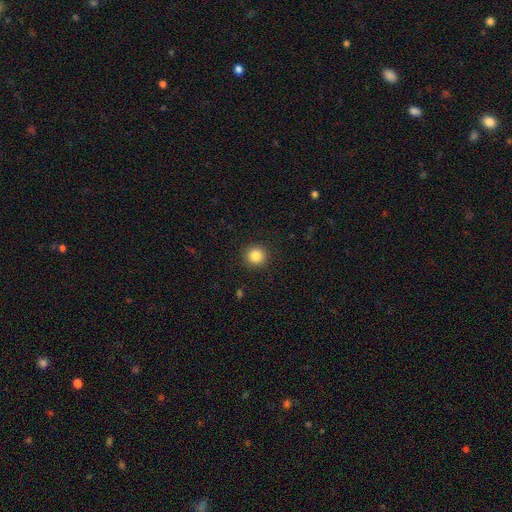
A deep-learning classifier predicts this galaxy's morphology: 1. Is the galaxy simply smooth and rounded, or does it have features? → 85% smooth, 10% star or artifact, 5% featured or disk.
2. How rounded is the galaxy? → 94% round, 5% in between, 1% cigar-shaped.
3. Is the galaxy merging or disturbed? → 92% none, 5% minor disturbance, 2% major disturbance, 1% merger.